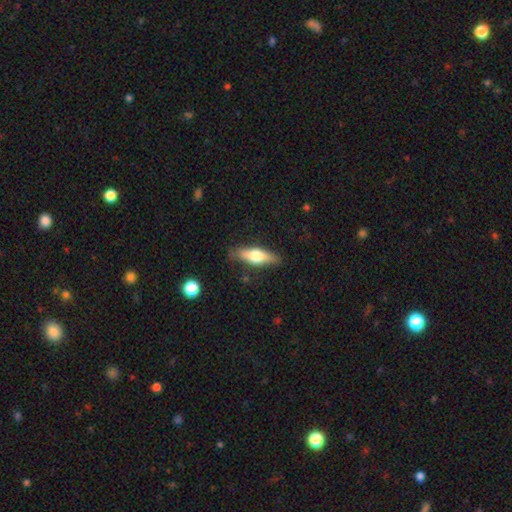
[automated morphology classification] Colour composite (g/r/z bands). It shows a smooth galaxy with no disk features (50%) that is cigar-shaped (50%). Merging: none (81%).